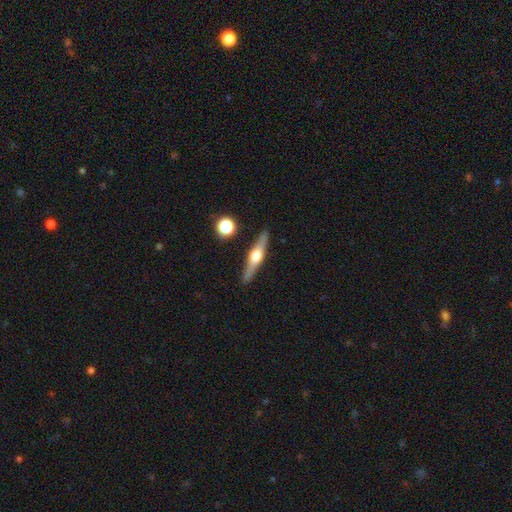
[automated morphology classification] type=featured or disk (73%); edge-on=yes (97%); edge-on bulge=rounded (94%); merging=none (90%).